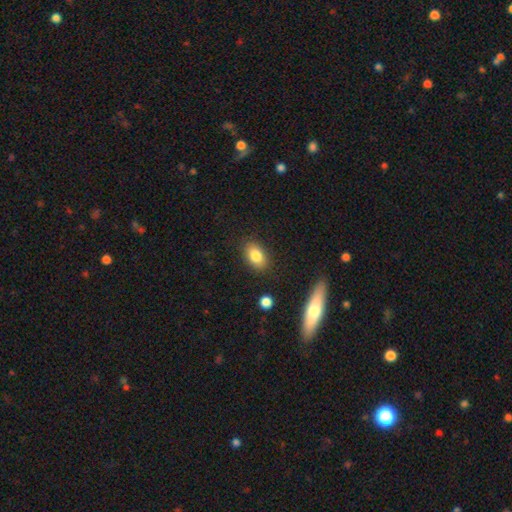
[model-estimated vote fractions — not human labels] Morphology: type=smooth (83%); roundness=in between (85%); merging=none (84%).